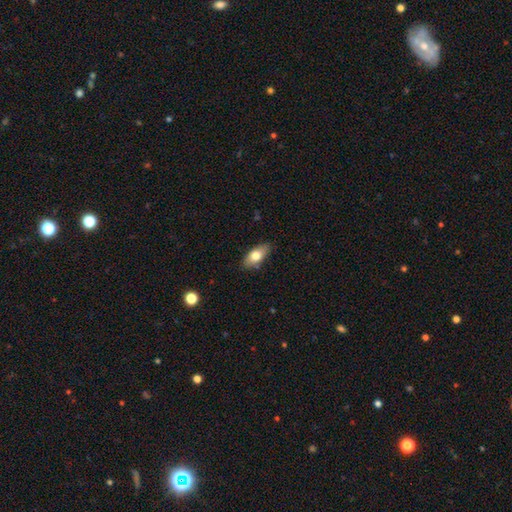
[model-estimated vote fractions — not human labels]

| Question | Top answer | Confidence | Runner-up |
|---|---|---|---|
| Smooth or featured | smooth | 75% | featured or disk (19%) |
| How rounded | in between | 87% | cigar-shaped (9%) |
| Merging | none | 84% | minor disturbance (12%) |